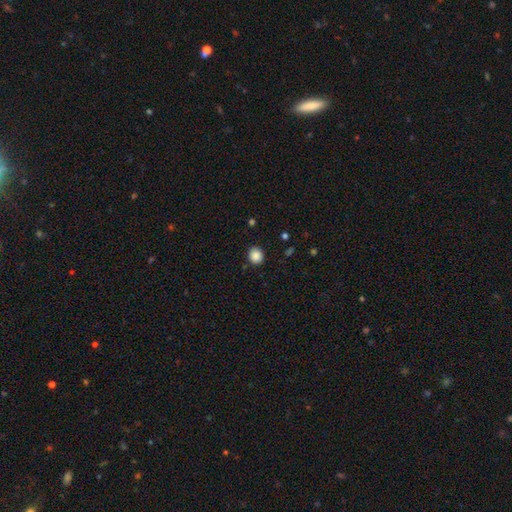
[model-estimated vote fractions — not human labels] This appears to be a smooth galaxy with no disk features (88%) that is round (74%). Merging: none (88%).